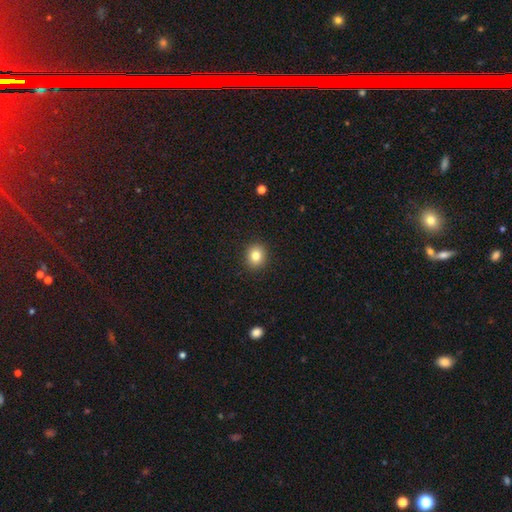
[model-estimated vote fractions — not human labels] A smooth galaxy with no disk features (82%) that is round (81%).

Vote fractions:
- Smooth or featured? smooth: 82% / star or artifact: 10% / featured or disk: 7%
- How rounded? round: 81% / in between: 18% / cigar-shaped: 1%
- Merging? none: 91% / minor disturbance: 6% / major disturbance: 2% / merger: 1%